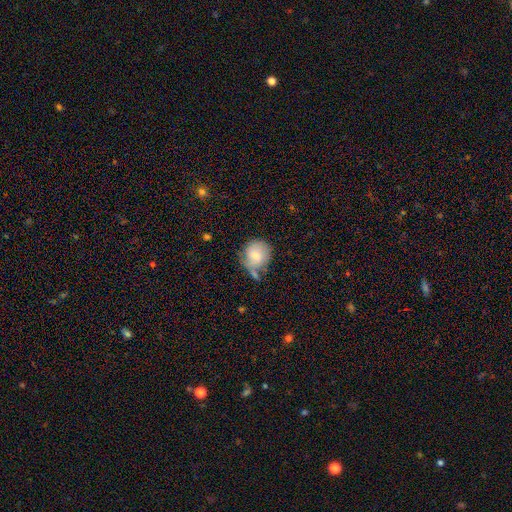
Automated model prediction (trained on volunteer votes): Smooth or featured: smooth — 69% (featured or disk — 24%)
How rounded: round — 79% (in between — 20%)
Merging: none — 49% (minor disturbance — 28%)